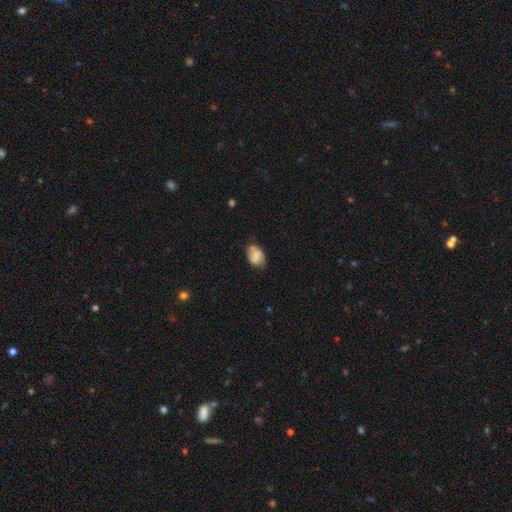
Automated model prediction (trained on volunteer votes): A smooth galaxy with no disk features (75%) that is in between round and cigar-shaped (80%). Merging: none (57%).